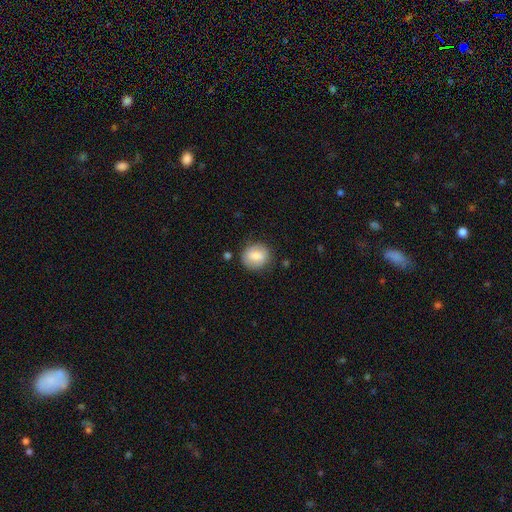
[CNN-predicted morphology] Smooth or featured? Predicted: smooth (p=0.76). How rounded? Predicted: round (p=0.75). Merging? Predicted: none (p=0.80).